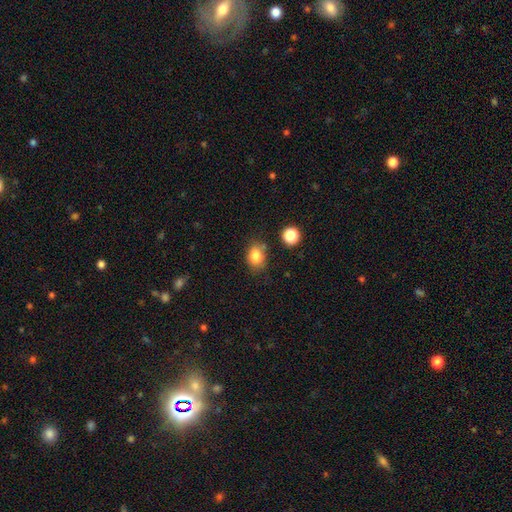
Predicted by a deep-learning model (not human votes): Smooth or featured: smooth — 82% (star or artifact — 11%)
How rounded: in between — 62% (round — 37%)
Merging: none — 70% (minor disturbance — 18%)